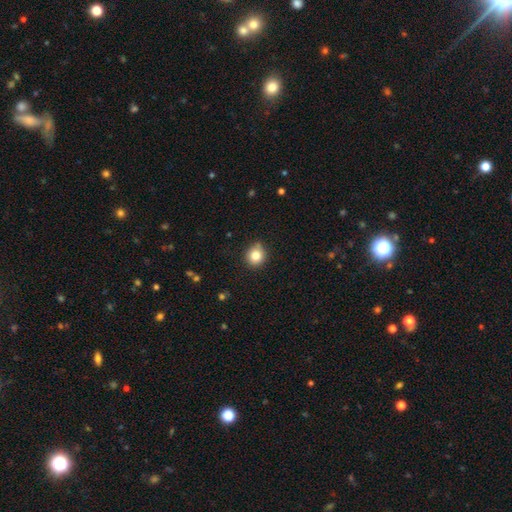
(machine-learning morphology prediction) This is clearly a smooth galaxy (82%). How rounded: clearly round (85%). Merging: clearly none (82%).